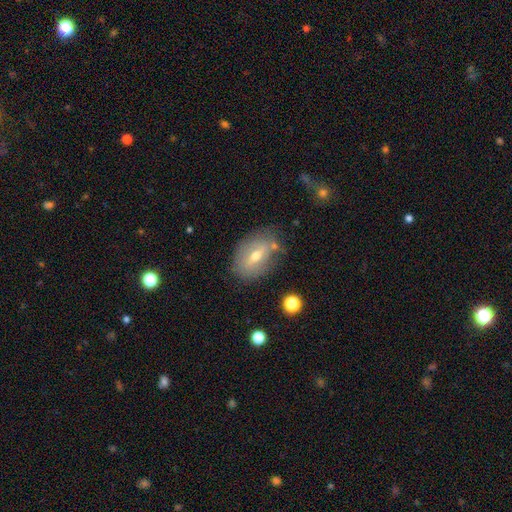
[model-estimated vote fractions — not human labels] Smooth or featured? Predicted: smooth (p=0.45, tied with featured or disk). Merging? Predicted: none (p=0.70).